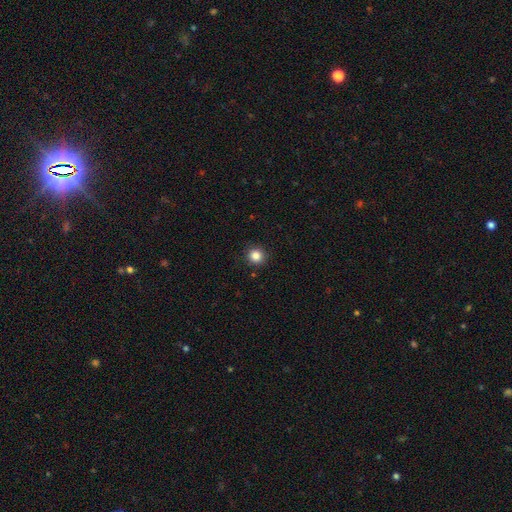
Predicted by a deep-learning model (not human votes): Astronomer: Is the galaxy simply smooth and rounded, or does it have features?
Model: smooth — 84%.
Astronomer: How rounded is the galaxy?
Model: round — 93%.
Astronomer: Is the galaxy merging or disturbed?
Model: none — 91%.